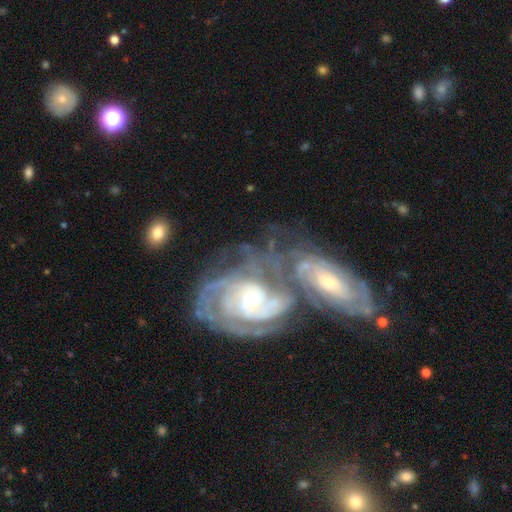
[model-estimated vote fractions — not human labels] Smooth or featured: featured or disk — 88% (smooth — 7%)
Edge-on disk: no — 95% (yes — 5%)
Bar: no — 65% (weak — 26%)
Spiral arms: yes — 96% (no — 4%)
Spiral winding: tight — 76% (medium — 20%)
Spiral arm count: can't tell — 35% (3 — 21%)
Bulge size: small — 53% (moderate — 42%)
Merging: merger — 54% (none — 29%)